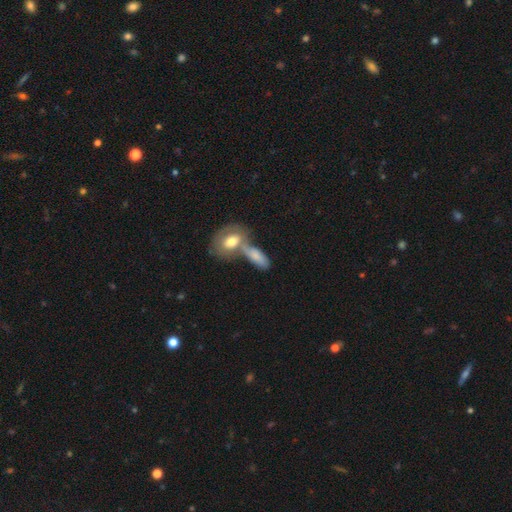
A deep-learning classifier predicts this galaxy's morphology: type=smooth (71%); roundness=in between (78%); merging=merger (54%).